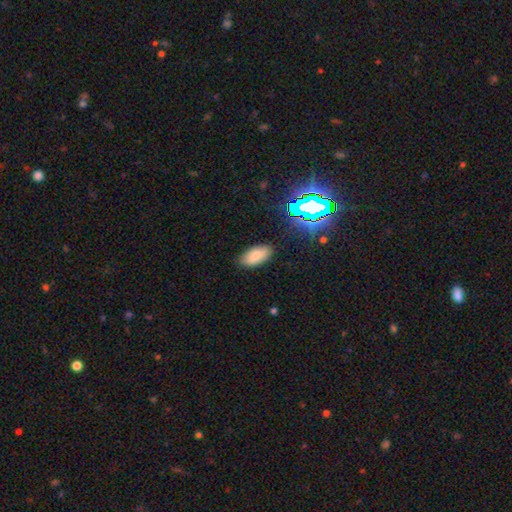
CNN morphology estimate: Smooth or featured? Predicted: smooth (p=0.81). How rounded? Predicted: in between (p=0.92). Merging? Predicted: none (p=0.85).